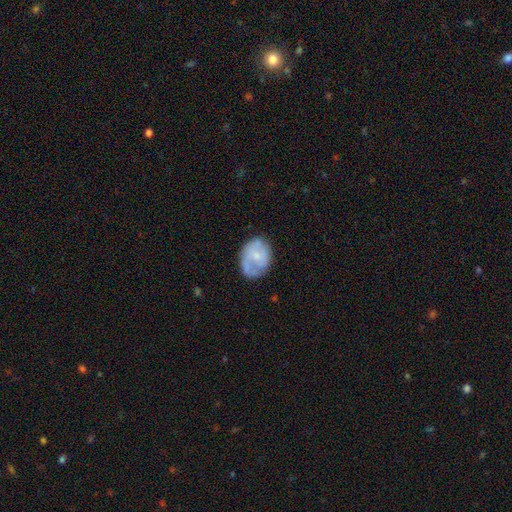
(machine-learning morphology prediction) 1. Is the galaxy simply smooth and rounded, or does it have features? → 50% smooth, 43% featured or disk, 7% star or artifact.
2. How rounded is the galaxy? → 59% in between, 40% round, 1% cigar-shaped.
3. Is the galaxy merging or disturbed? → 60% none, 26% minor disturbance, 12% major disturbance, 2% merger.